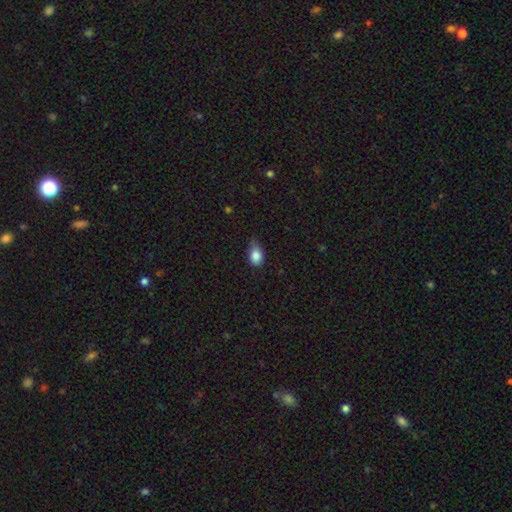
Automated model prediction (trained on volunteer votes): This appears to be a smooth galaxy with no disk features (86%) that is in between round and cigar-shaped (76%). Merging: none (45%).